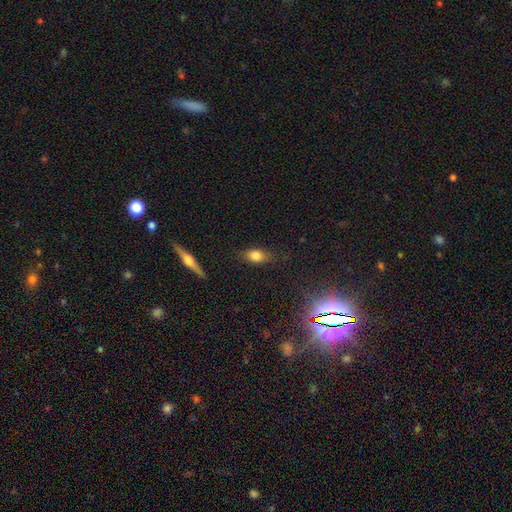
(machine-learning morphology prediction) This is likely a smooth galaxy (75%). How rounded: likely in between (75%). Merging: likely none (78%).